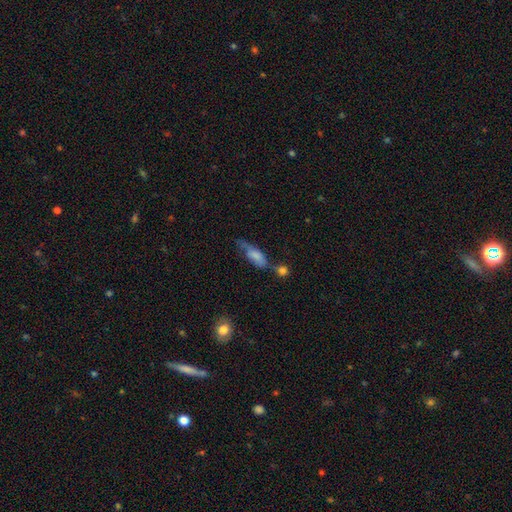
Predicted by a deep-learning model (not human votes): Smooth or featured? Predicted: smooth (p=0.65). How rounded? Predicted: in between (p=0.71). Merging? Predicted: none (p=0.29).